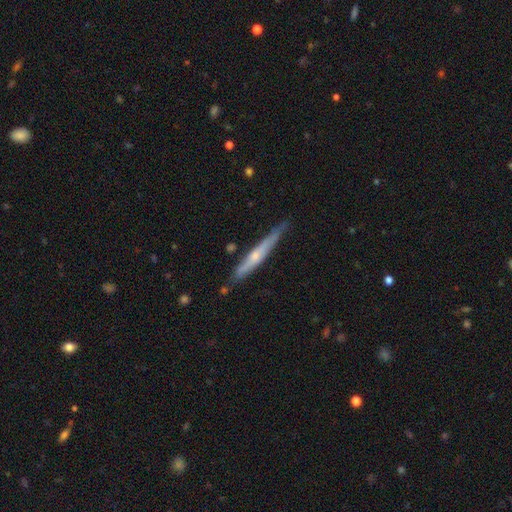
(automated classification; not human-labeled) Overall: featured or disk (56%; smooth 39%). Edge-on disk: yes (94%). Edge-on bulge: rounded (56%; none 38%). Merging: none (75%).